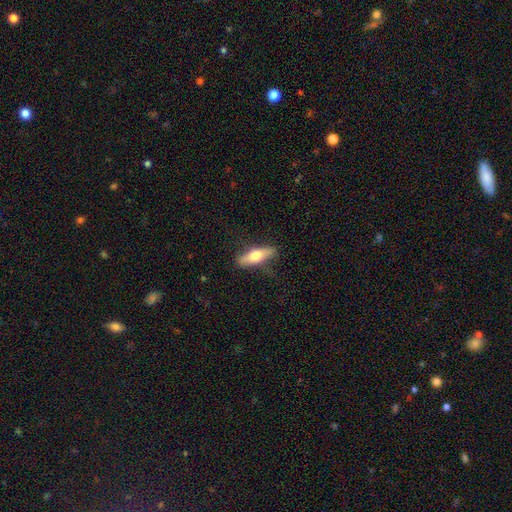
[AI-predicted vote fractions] This appears to be a smooth galaxy with no disk features (56%) that is cigar-shaped (53%). Merging: none (78%).